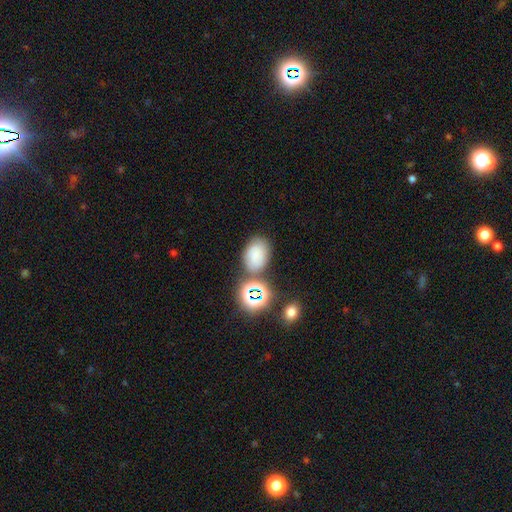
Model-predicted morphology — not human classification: Smooth or featured: smooth — 70% (star or artifact — 20%)
How rounded: in between — 73% (round — 26%)
Merging: none — 68% (minor disturbance — 15%)